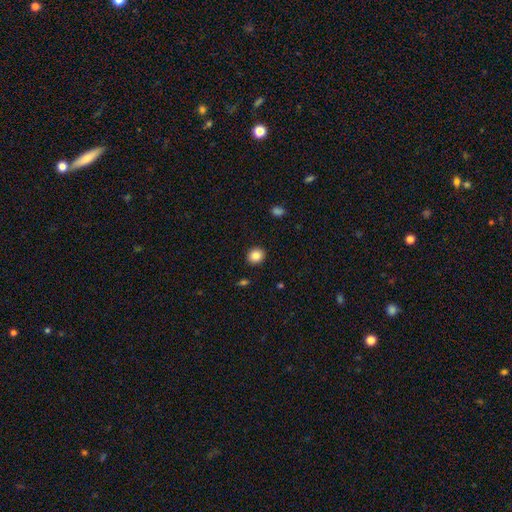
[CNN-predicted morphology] type=smooth (85%); roundness=round (75%); merging=none (91%).